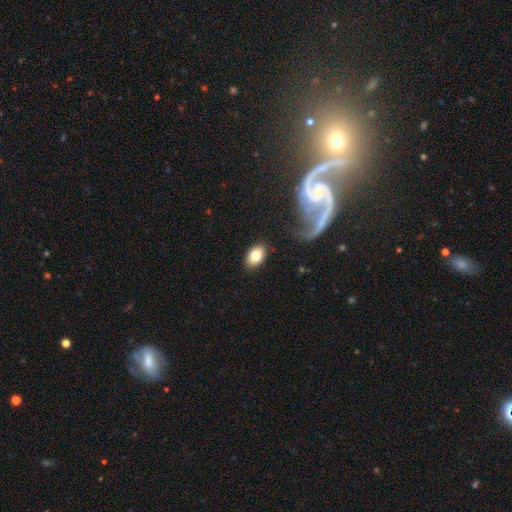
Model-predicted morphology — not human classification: Smooth or featured? Predicted: smooth (p=0.78). How rounded? Predicted: in between (p=0.89). Merging? Predicted: none (p=0.86).